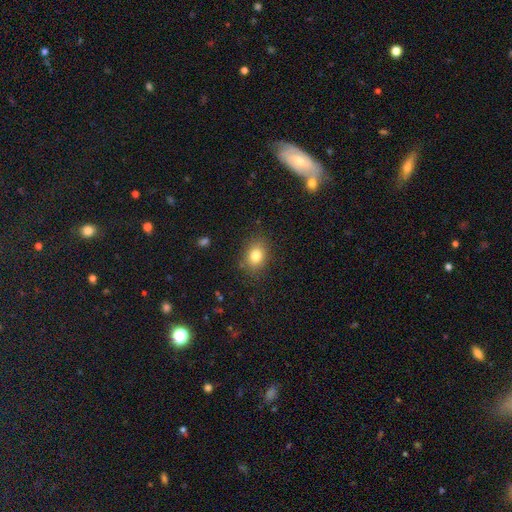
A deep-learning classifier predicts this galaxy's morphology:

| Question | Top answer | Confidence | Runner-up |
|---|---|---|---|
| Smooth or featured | smooth | 81% | star or artifact (11%) |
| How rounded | in between | 64% | round (35%) |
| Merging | none | 84% | minor disturbance (11%) |